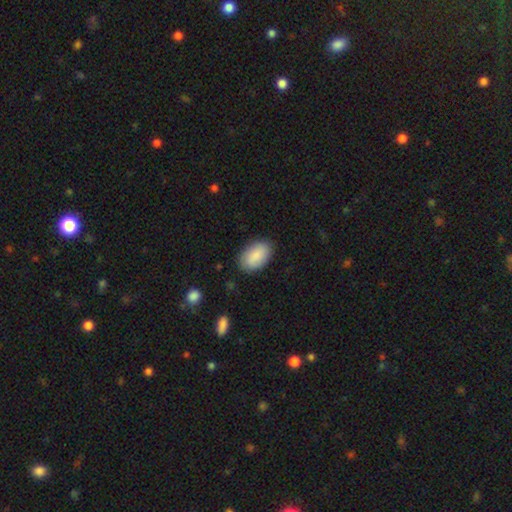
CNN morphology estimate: Smooth or featured? Predicted: smooth (p=0.87). How rounded? Predicted: in between (p=0.93). Merging? Predicted: none (p=0.84).